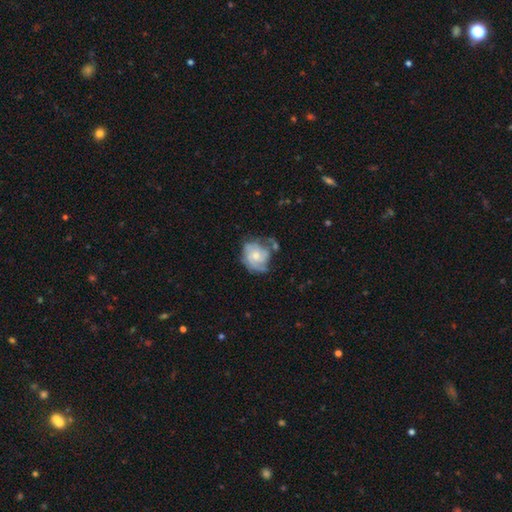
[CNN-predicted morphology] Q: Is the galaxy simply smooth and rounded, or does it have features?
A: featured or disk — 67%.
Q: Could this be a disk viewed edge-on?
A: no — 98%.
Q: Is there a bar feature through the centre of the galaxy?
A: no — 77%.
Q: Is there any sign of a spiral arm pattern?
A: yes — 82%.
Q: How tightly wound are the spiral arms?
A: tight — 55%.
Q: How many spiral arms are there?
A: can't tell — 39%.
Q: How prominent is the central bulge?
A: moderate — 51%.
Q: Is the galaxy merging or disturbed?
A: none — 44%.